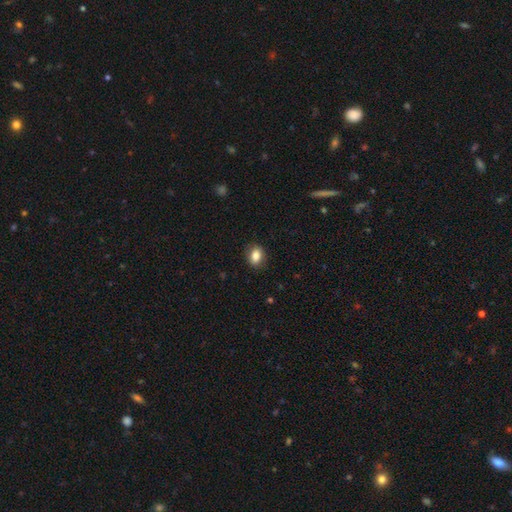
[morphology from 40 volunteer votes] Smooth or featured?
  - smooth: 92% *
  - star or artifact: 5%
  - featured or disk: 2%
How rounded?
  - in between: 78% *
  - round: 22%
  - cigar-shaped: 0%
Merging?
  - none: 89% *
  - minor disturbance: 11%
  - major disturbance: 0%
  - merger: 0%